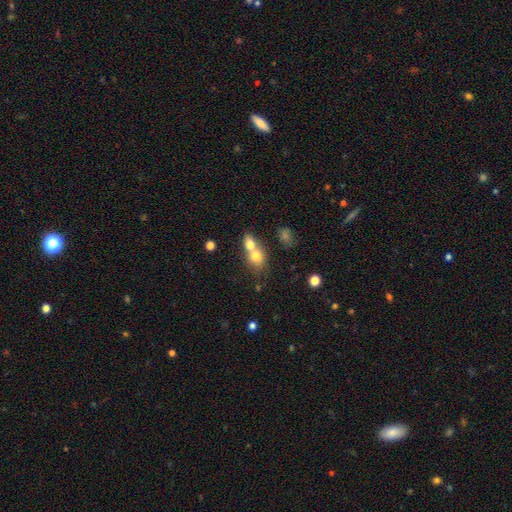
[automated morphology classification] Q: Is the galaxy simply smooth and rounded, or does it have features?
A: smooth — 72%.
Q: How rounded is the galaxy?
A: round — 53%.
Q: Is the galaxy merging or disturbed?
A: merger — 69%.